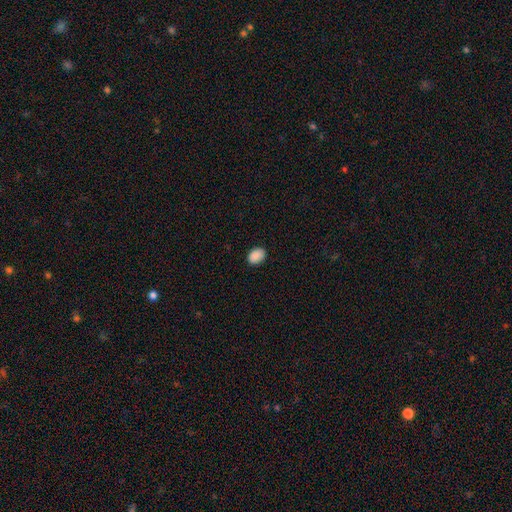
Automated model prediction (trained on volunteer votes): A smooth galaxy with no disk features (90%) that is in between round and cigar-shaped (75%). Merging: none (87%).